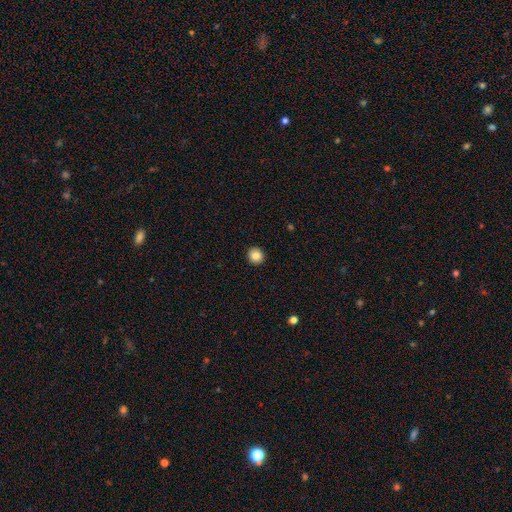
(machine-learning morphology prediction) smooth_or_featured: smooth (p=0.86) [alt: star or artifact p=0.09]
how_rounded: round (p=0.93) [alt: in between p=0.06]
merging: none (p=0.93) [alt: minor disturbance p=0.04]